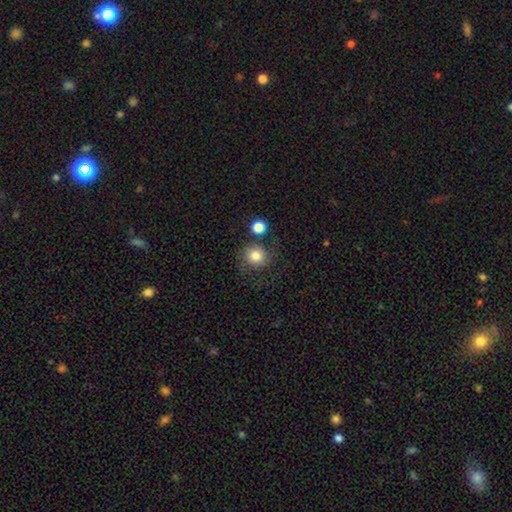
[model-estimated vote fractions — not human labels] Overall: smooth (81%). How rounded: round (90%). Merging: none (64%).